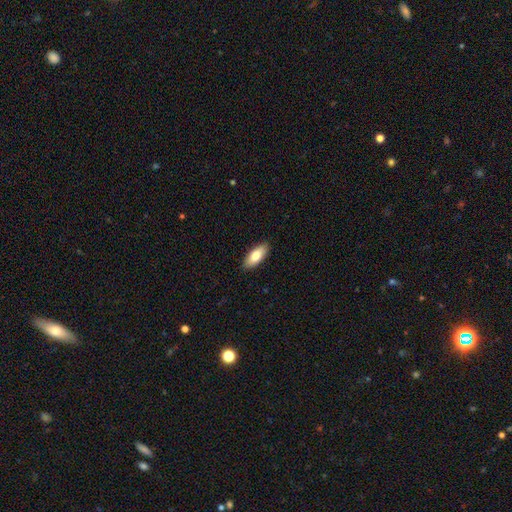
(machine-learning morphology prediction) Q: Smooth or featured?
A: smooth (79%); runner-up: featured or disk (15%)
Q: How rounded?
A: in between (82%); runner-up: cigar-shaped (16%)
Q: Merging?
A: none (90%); runner-up: minor disturbance (8%)